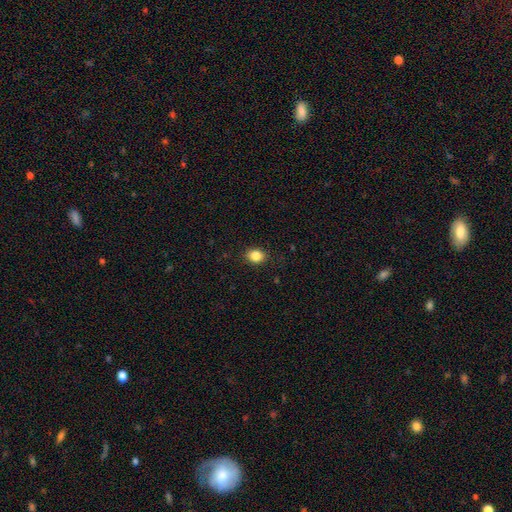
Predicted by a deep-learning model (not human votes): Smooth or featured? smooth (85%)
How rounded? round (52%)
Merging? none (88%)